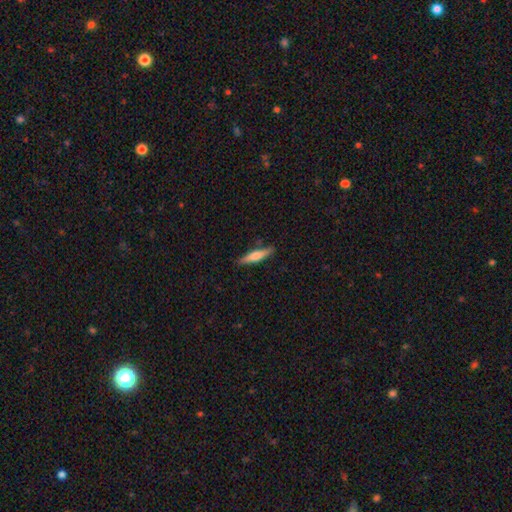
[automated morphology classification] The model was most divided on "smooth or featured": smooth: 60%, featured or disk: 35%, star or artifact: 6%. More confident: how rounded — cigar-shaped (85%); merging — none (84%).